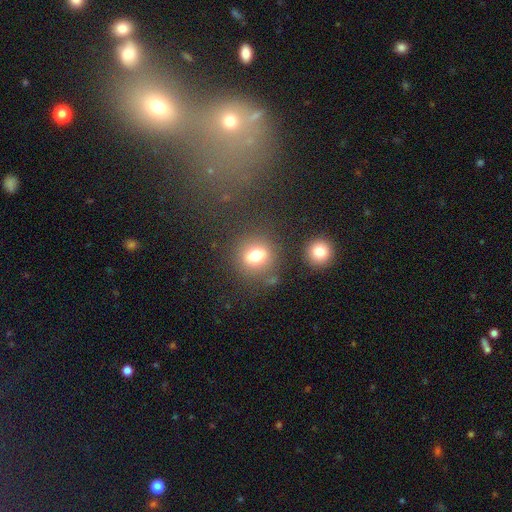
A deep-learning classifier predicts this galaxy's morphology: This is likely a smooth galaxy (74%). How rounded: likely round (69%). Merging: likely none (75%).